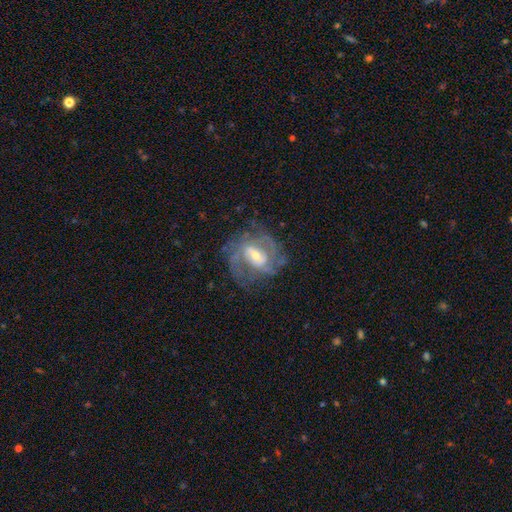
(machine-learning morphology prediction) Q: Smooth or featured?
A: featured or disk (83%); runner-up: smooth (10%)
Q: Edge-on disk?
A: no (97%); runner-up: yes (3%)
Q: Bar?
A: weak (48%); runner-up: no (27%)
Q: Spiral arms?
A: yes (90%); runner-up: no (10%)
Q: Spiral winding?
A: medium (46%); runner-up: tight (38%)
Q: Spiral arm count?
A: 2 (43%); runner-up: can't tell (27%)
Q: Bulge size?
A: small (47%); runner-up: moderate (46%)
Q: Merging?
A: none (64%); runner-up: minor disturbance (18%)